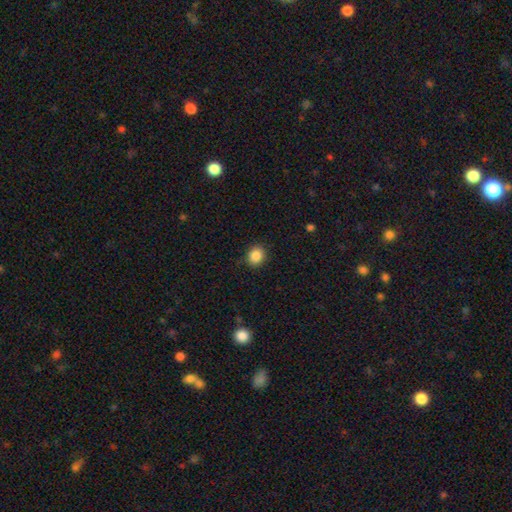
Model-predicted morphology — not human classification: A smooth galaxy with no disk features (87%) that is round (70%). Merging: none (88%).